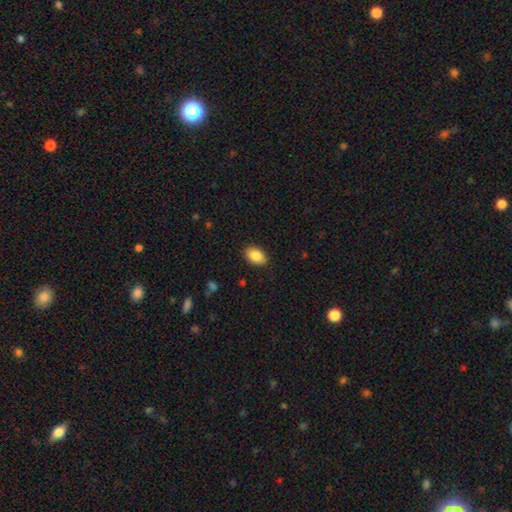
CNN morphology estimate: smooth 88%, star or artifact 7%, featured or disk 5%. Down the decision tree: how rounded — in between (89%); merging — none (88%).